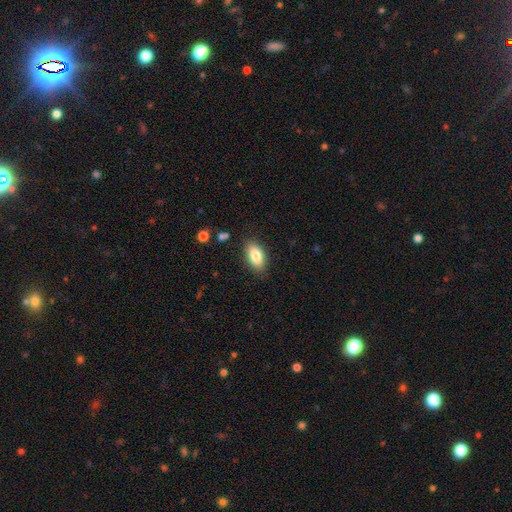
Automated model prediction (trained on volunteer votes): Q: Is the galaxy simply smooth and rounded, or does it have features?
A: smooth — 82%.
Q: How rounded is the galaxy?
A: in between — 88%.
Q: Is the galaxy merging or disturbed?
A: none — 85%.